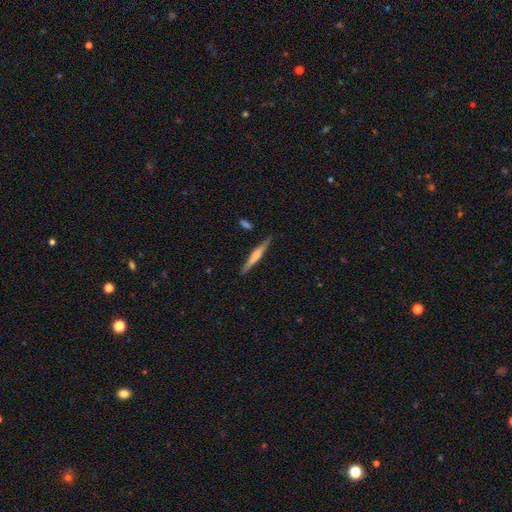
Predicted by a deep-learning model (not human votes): The model was most divided on "smooth or featured": featured or disk: 49%, smooth: 45%, star or artifact: 6%. More confident: merging — none (87%).